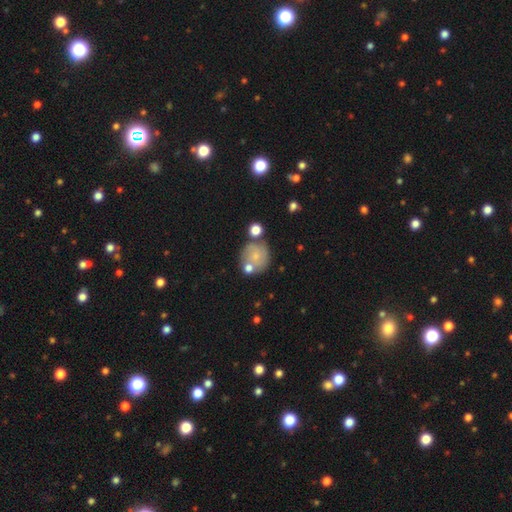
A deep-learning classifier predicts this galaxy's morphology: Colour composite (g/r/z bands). It shows a smooth galaxy with no disk features (53%) that is round (86%). Merging: none (58%).